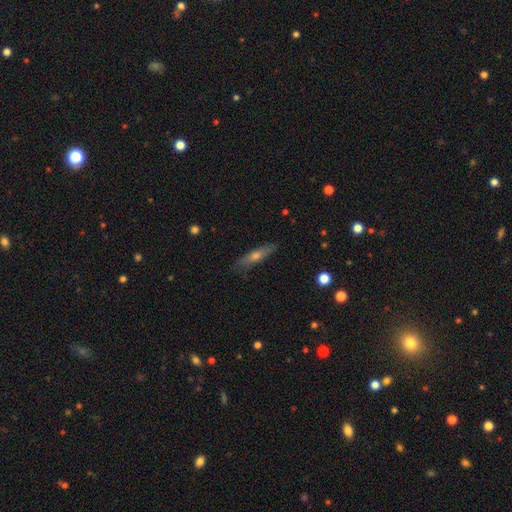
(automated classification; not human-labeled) smooth_or_featured: smooth (p=0.46) [tied with: featured or disk p=0.46]
merging: none (p=0.84) [alt: minor disturbance p=0.12]